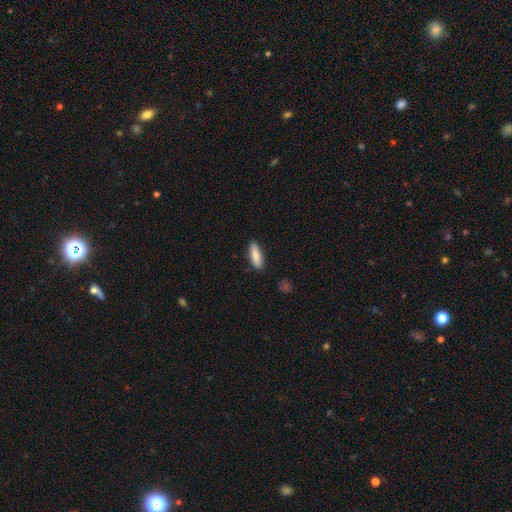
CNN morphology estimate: Smooth or featured?
  - smooth: 84% *
  - featured or disk: 10%
  - star or artifact: 6%
How rounded?
  - in between: 58% *
  - cigar-shaped: 40%
  - round: 2%
Merging?
  - none: 87% *
  - minor disturbance: 9%
  - major disturbance: 2%
  - merger: 1%